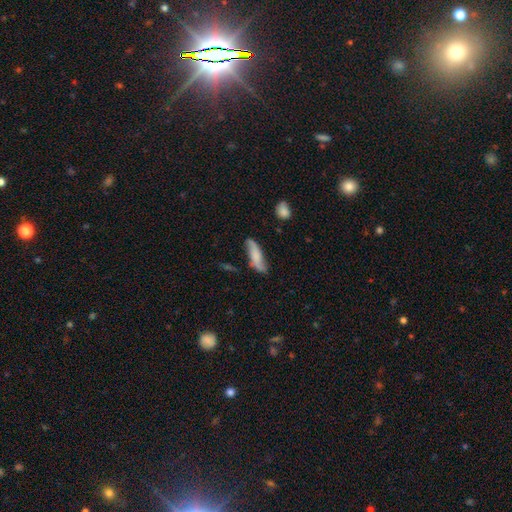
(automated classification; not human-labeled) Morphology: type=smooth (57%); roundness=cigar-shaped (56%); merging=none (65%).